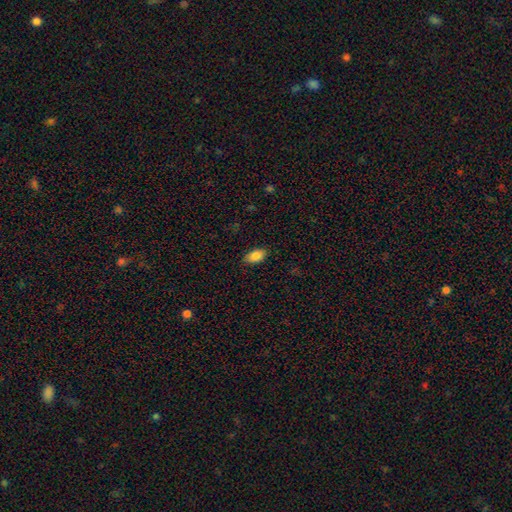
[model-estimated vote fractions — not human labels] smooth_or_featured: smooth (p=0.86) [alt: star or artifact p=0.08]
how_rounded: in between (p=0.92) [alt: round p=0.06]
merging: none (p=0.87) [alt: minor disturbance p=0.10]